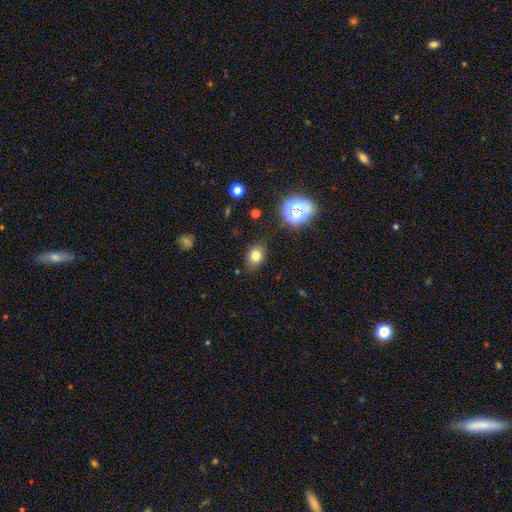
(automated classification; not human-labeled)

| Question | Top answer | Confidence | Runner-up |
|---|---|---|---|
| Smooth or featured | smooth | 77% | star or artifact (14%) |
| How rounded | in between | 61% | round (38%) |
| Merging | none | 81% | minor disturbance (14%) |